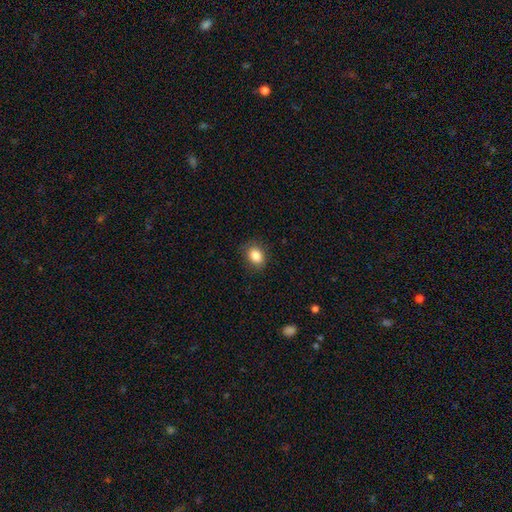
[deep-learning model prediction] Smooth or featured? smooth (86%)
How rounded? in between (62%)
Merging? none (84%)